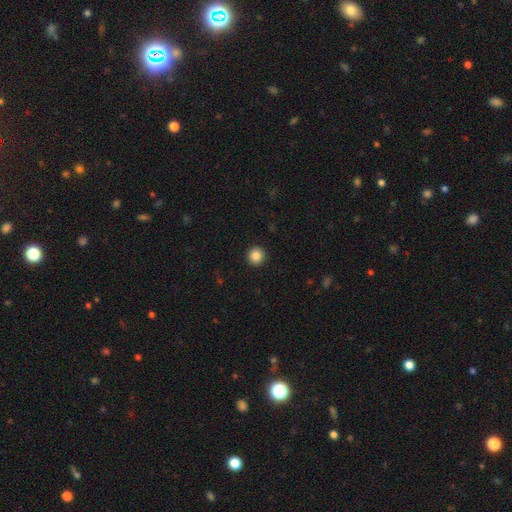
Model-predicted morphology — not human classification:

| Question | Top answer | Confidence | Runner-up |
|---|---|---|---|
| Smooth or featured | smooth | 87% | star or artifact (10%) |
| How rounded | round | 95% | in between (4%) |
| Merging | none | 93% | minor disturbance (4%) |